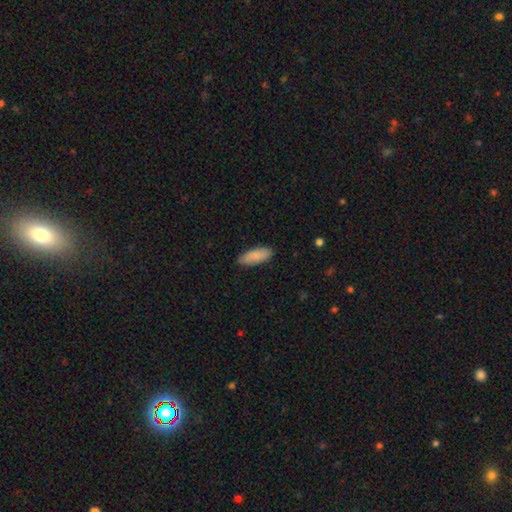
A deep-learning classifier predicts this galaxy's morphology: Q: Smooth or featured?
A: smooth (88%); runner-up: featured or disk (6%)
Q: How rounded?
A: in between (71%); runner-up: cigar-shaped (28%)
Q: Merging?
A: none (87%); runner-up: minor disturbance (10%)